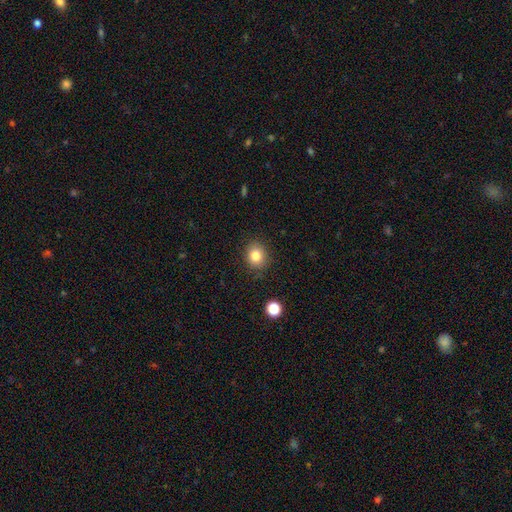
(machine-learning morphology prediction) type=smooth (82%); roundness=round (72%); merging=none (87%).